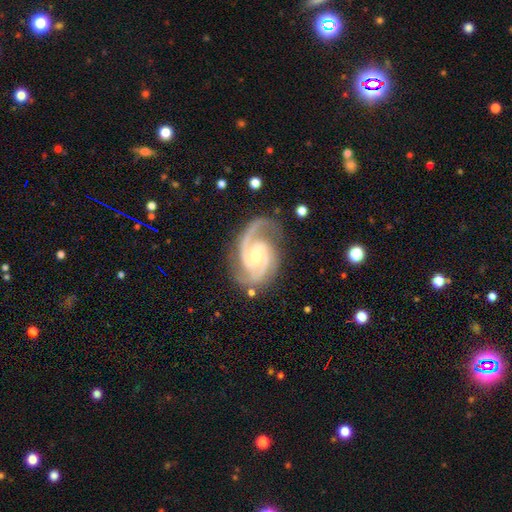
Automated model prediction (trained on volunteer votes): A featured or disk galaxy (93%) with no bar (47%), 2 (77%) medium (53%) spiral arms (99%) and a small central bulge (60%).

Vote fractions:
- Smooth or featured? featured or disk: 93% / star or artifact: 4% / smooth: 3%
- Edge-on disk? no: 98% / yes: 2%
- Bar? no: 47% / weak: 40% / strong: 13%
- Spiral arms? yes: 99% / no: 1%
- Spiral winding? medium: 53% / tight: 41% / loose: 7%
- Spiral arm count? 2: 77% / 3: 15% / can't tell: 3% / 1: 2% / 4: 2% / more than 4: 2%
- Bulge size? small: 60% / moderate: 35% / none: 2% / large: 2% / dominant: 1%
- Merging? none: 77% / minor disturbance: 15% / major disturbance: 6% / merger: 2%